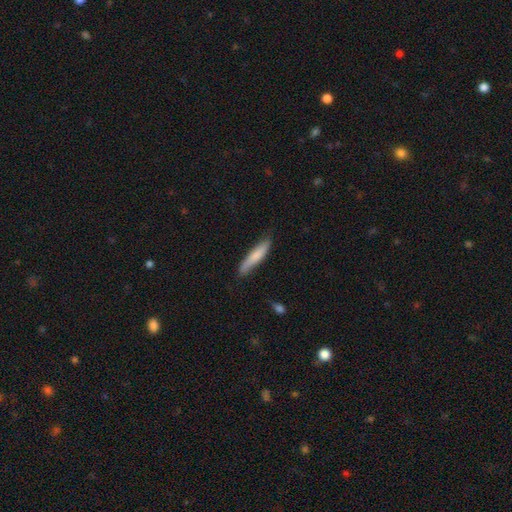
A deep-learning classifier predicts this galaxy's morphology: This appears to be a smooth galaxy with no disk features (76%) that is cigar-shaped (88%). Merging: none (78%).